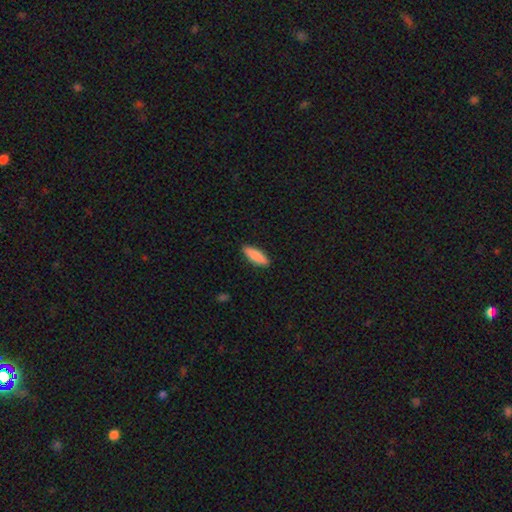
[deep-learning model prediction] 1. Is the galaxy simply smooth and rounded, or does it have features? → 87% smooth, 8% featured or disk, 5% star or artifact.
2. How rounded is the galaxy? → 49% cigar-shaped (tied), 49% in between (tied), 2% round.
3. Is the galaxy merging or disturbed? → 90% none, 7% minor disturbance, 2% major disturbance, 1% merger.